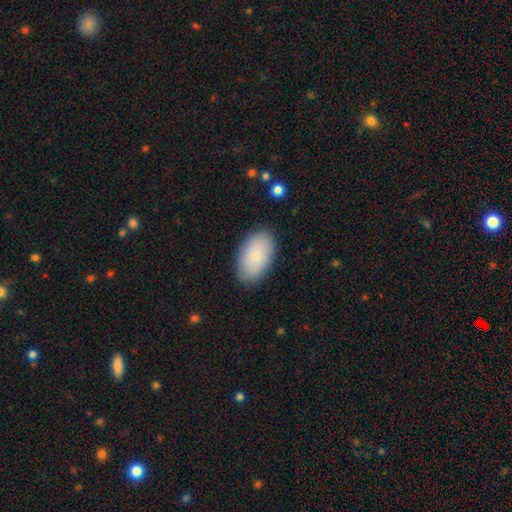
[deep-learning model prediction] A smooth galaxy with no disk features (82%) that is in between round and cigar-shaped (95%). Merging: none (87%).